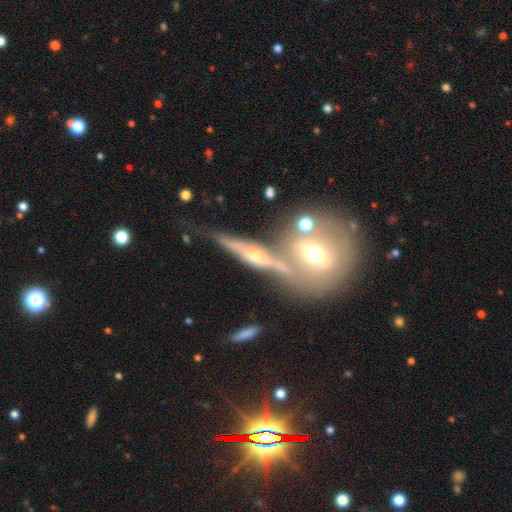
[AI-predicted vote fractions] smooth-or-featured: featured or disk: 72% | smooth: 19% | star or artifact: 9%
  disk-edge-on: yes: 86% | no: 14%
    edge-on-bulge: rounded: 87% | none: 7% | boxy: 5%
  merging: none: 53% | merger: 28% | minor disturbance: 14% | major disturbance: 5%